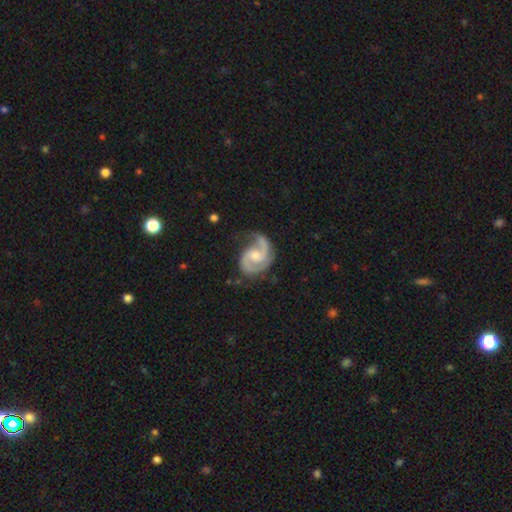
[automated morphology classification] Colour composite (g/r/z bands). It shows a featured or disk galaxy (90%) with no bar (52%), 2 (87%) medium (54%) spiral arms (98%) and a moderate central bulge (53%). Merging: none (61%).